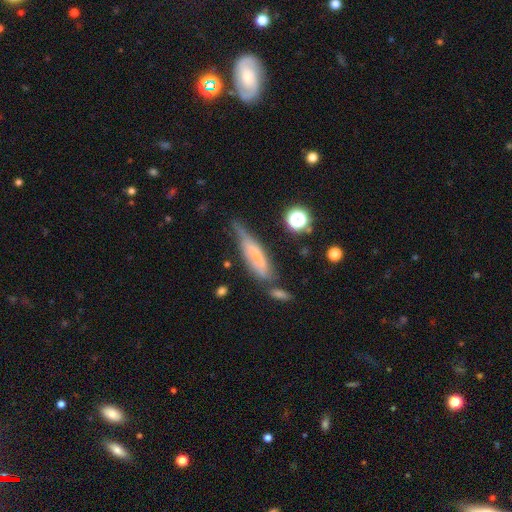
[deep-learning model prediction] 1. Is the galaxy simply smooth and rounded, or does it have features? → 52% smooth, 38% featured or disk, 10% star or artifact.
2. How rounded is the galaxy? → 72% cigar-shaped, 25% in between, 2% round.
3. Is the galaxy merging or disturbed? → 39% none, 32% minor disturbance, 15% major disturbance, 13% merger.